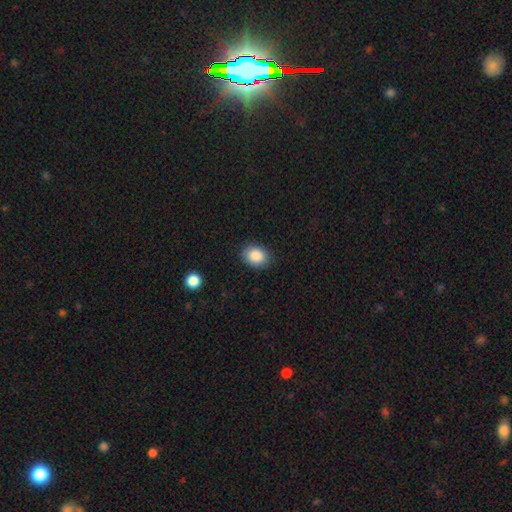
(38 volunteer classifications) Volunteers were most divided on "how rounded": in between: 56%, round: 44%, cigar-shaped: 0%. More confident: smooth or featured — smooth (95%); merging — none (94%).